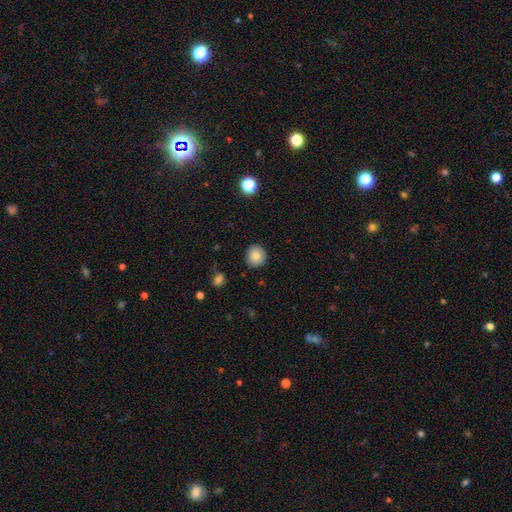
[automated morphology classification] Smooth or featured?
  - smooth: 83% *
  - star or artifact: 9%
  - featured or disk: 7%
How rounded?
  - round: 91% *
  - in between: 8%
  - cigar-shaped: 1%
Merging?
  - none: 89% *
  - minor disturbance: 8%
  - major disturbance: 2%
  - merger: 1%